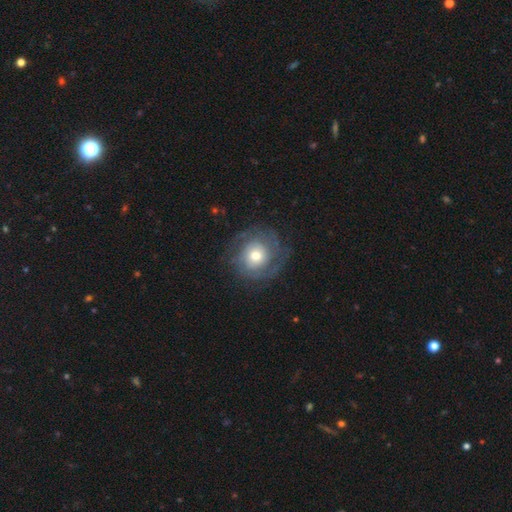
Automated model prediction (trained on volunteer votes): Morphology: type=featured or disk (56%); edge-on=no (97%); bar=no (83%); spiral arms=yes (73%); bulge=moderate (60%); merging=none (71%).